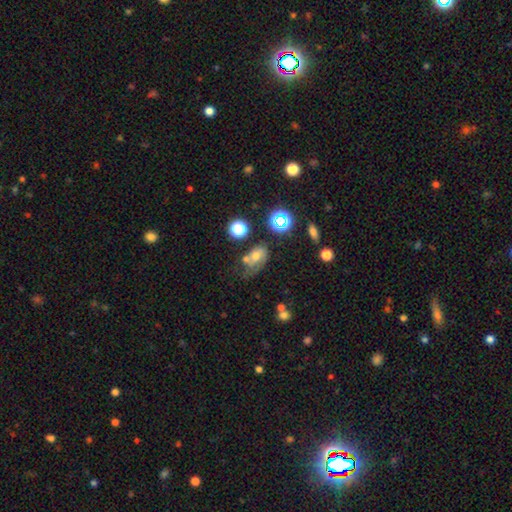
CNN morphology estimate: Smooth or featured? smooth (45%)
Merging? none (32%)